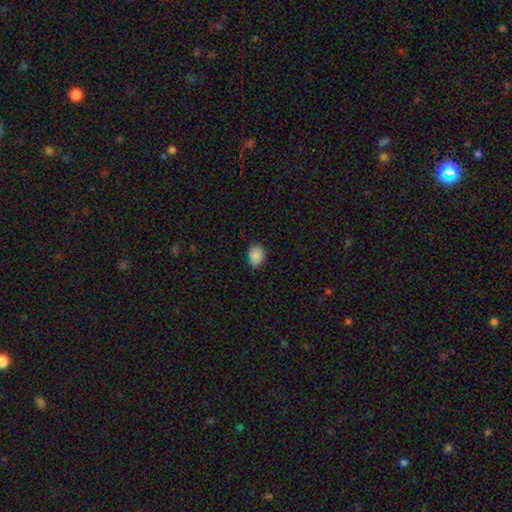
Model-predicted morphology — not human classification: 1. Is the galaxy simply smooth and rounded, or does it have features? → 87% smooth, 9% star or artifact, 4% featured or disk.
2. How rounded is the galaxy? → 50% in between, 49% round, 1% cigar-shaped.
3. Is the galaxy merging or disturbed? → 79% none, 17% minor disturbance, 3% major disturbance, 1% merger.